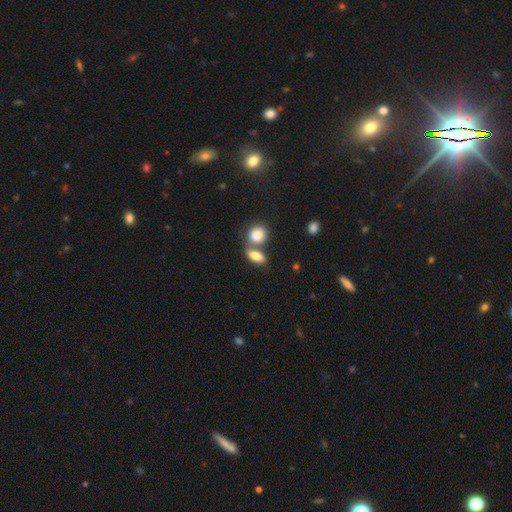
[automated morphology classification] This is clearly a smooth galaxy (83%). How rounded: likely in between (80%). Merging: possibly merger (47%).